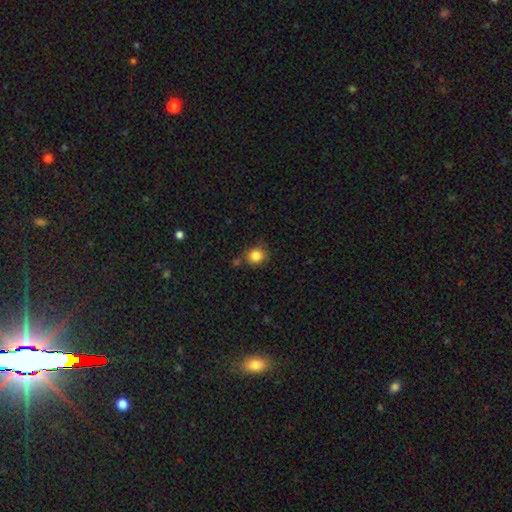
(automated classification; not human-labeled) Overall: smooth (85%). How rounded: round (83%). Merging: none (76%).